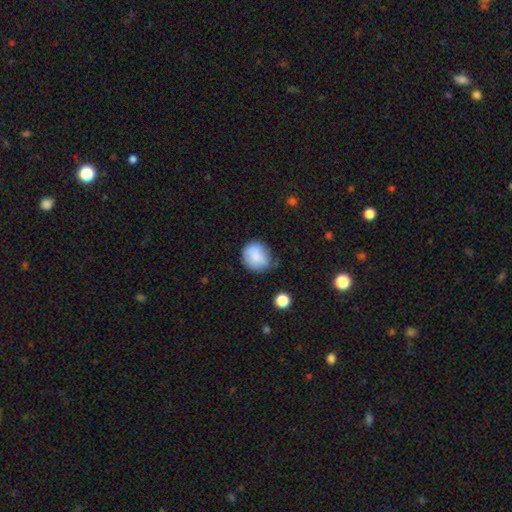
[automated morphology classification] This is clearly a smooth galaxy (84%). How rounded: likely round (76%). Merging: possibly none (56%).